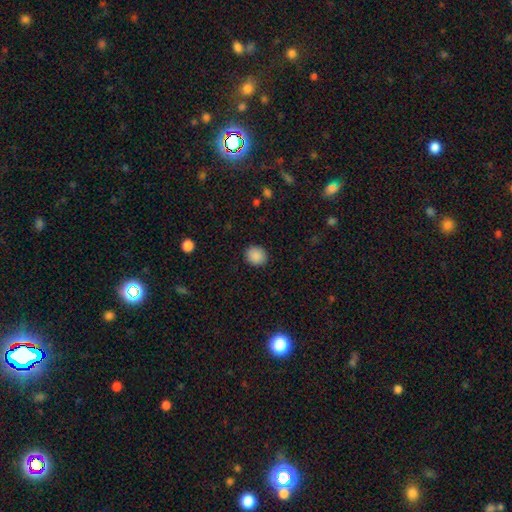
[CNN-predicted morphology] Smooth or featured? Predicted: smooth (p=0.88). How rounded? Predicted: round (p=0.78). Merging? Predicted: none (p=0.90).